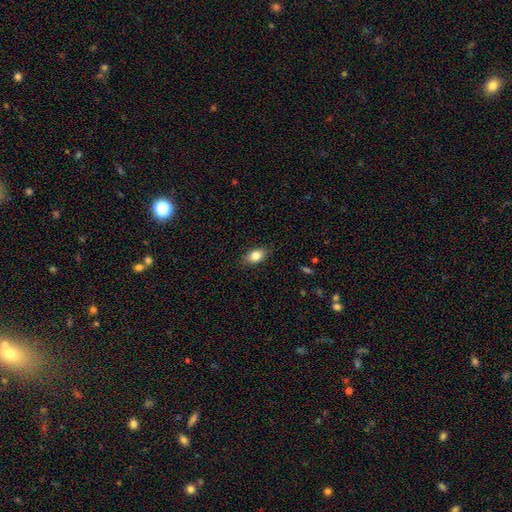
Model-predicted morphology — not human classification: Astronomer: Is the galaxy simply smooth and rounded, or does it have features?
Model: smooth — 83%.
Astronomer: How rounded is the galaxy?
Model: in between — 84%.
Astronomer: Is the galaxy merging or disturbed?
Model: none — 85%.